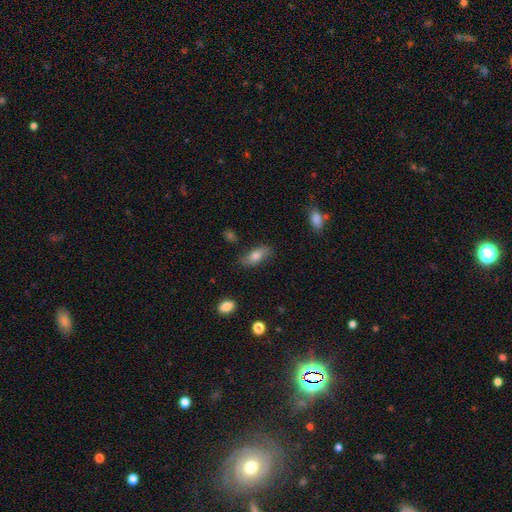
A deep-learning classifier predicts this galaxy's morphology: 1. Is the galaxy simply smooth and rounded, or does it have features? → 71% smooth, 22% featured or disk, 8% star or artifact.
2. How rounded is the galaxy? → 81% in between, 15% cigar-shaped, 4% round.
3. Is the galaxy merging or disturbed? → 78% none, 17% minor disturbance, 4% major disturbance, 2% merger.